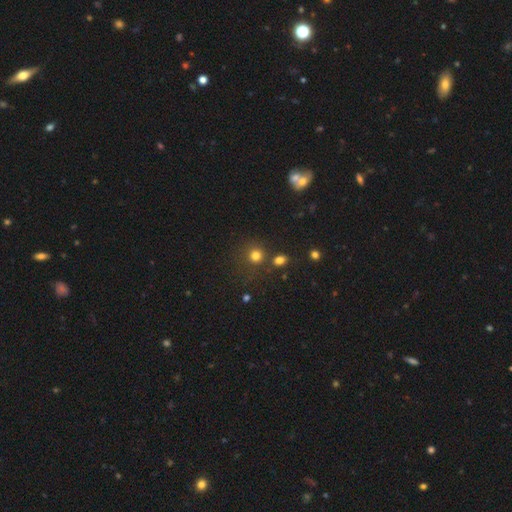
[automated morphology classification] Overall: smooth (77%). How rounded: round (89%). Merging: none (74%).